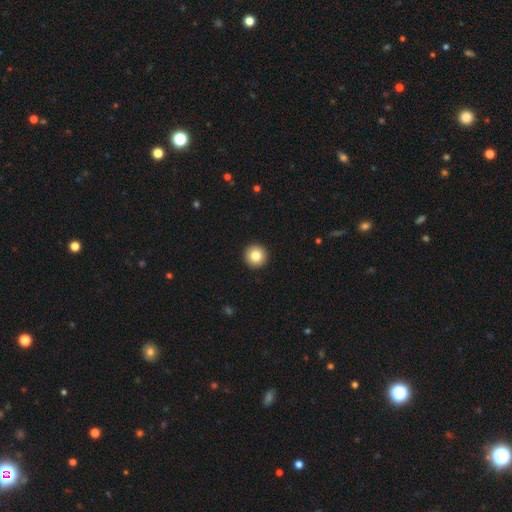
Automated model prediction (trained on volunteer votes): Q: Smooth or featured?
A: smooth (83%); runner-up: star or artifact (9%)
Q: How rounded?
A: round (97%); runner-up: in between (2%)
Q: Merging?
A: none (94%); runner-up: minor disturbance (4%)